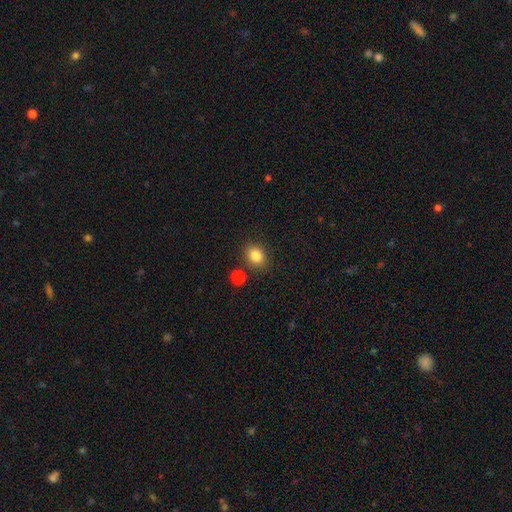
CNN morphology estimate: A smooth galaxy with no disk features (84%) that is round (53%). Merging: none (81%).